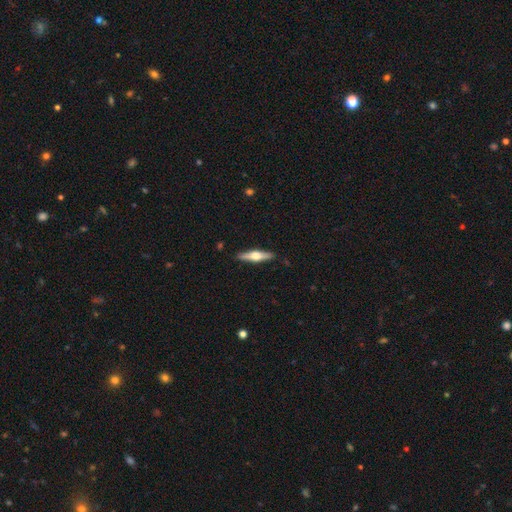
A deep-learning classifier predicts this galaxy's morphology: Smooth or featured? Predicted: featured or disk (p=0.60). Edge-on disk? Predicted: yes (p=0.96). Edge-on bulge? Predicted: rounded (p=0.93). Merging? Predicted: none (p=0.90).